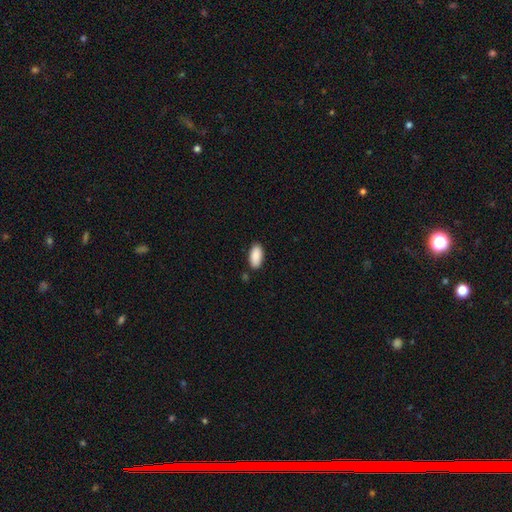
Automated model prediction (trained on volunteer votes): Morphology: type=smooth (91%); roundness=in between (92%); merging=none (86%).